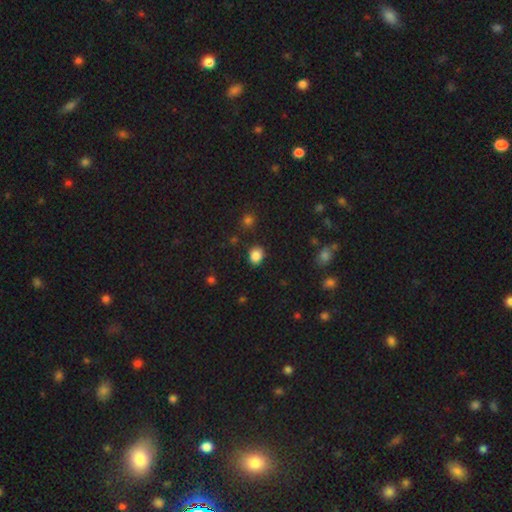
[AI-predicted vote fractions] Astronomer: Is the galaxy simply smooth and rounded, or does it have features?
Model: smooth — 86%.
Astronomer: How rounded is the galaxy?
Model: round — 56% (runner-up: in between, 43%).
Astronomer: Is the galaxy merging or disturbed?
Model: none — 84%.